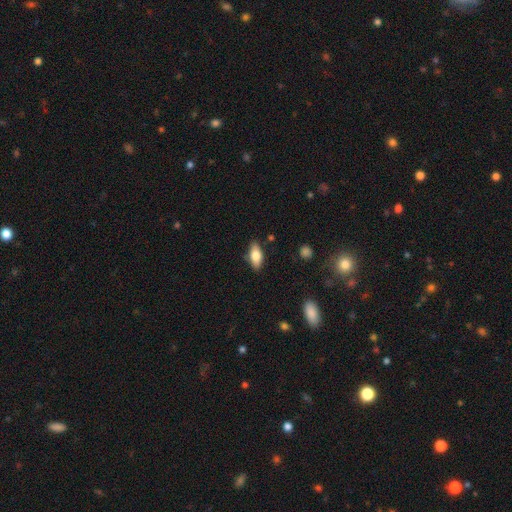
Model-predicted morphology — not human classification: The model was most divided on "smooth or featured": smooth: 72%, featured or disk: 22%, star or artifact: 7%. More confident: merging — none (85%); how rounded — in between (83%).